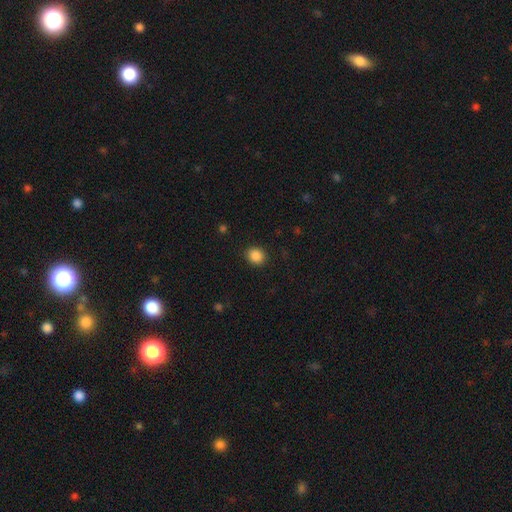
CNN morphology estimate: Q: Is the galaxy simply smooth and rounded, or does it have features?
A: smooth — 87%.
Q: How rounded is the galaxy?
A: round — 76%.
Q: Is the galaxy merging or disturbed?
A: none — 89%.